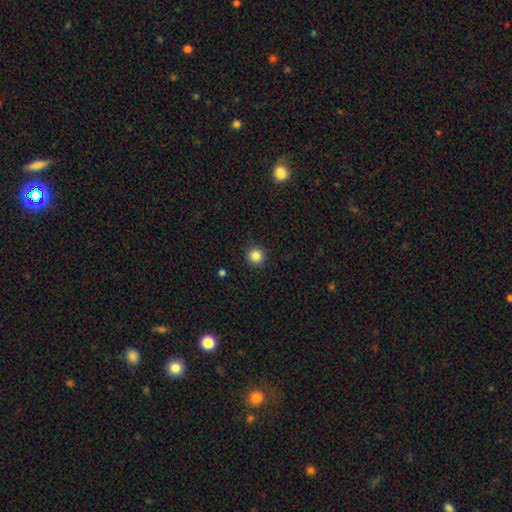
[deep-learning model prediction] Morphology: type=smooth (85%); roundness=round (95%); merging=none (92%).